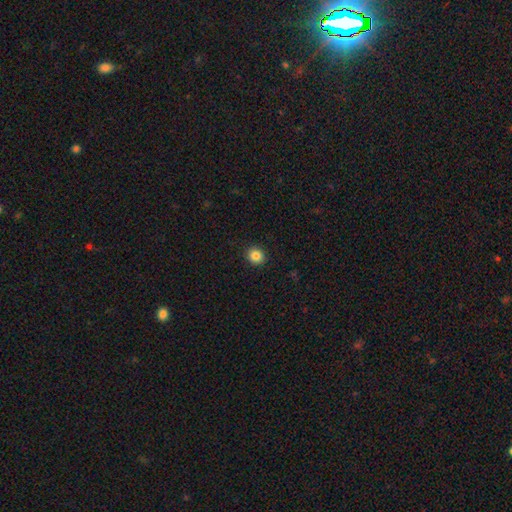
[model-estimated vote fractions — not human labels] Smooth or featured? Predicted: smooth (p=0.85). How rounded? Predicted: round (p=0.89). Merging? Predicted: none (p=0.92).